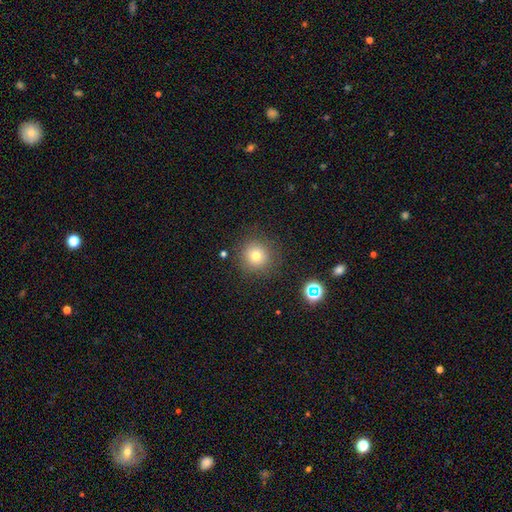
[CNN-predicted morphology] Smooth or featured? Predicted: smooth (p=0.74). How rounded? Predicted: round (p=0.94). Merging? Predicted: none (p=0.86).